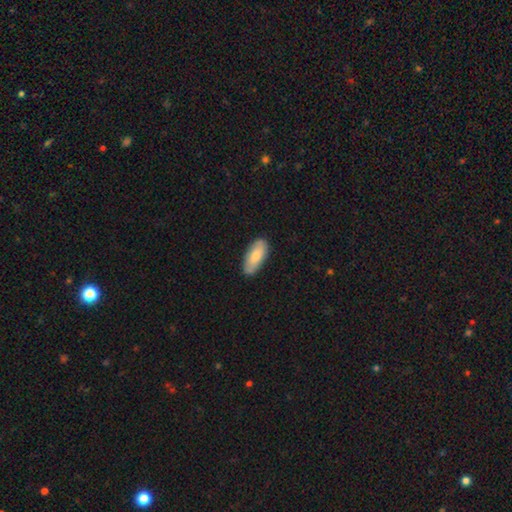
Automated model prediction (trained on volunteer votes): smooth 76%, featured or disk 18%, star or artifact 5%. Down the decision tree: how rounded — in between (86%); merging — none (83%).